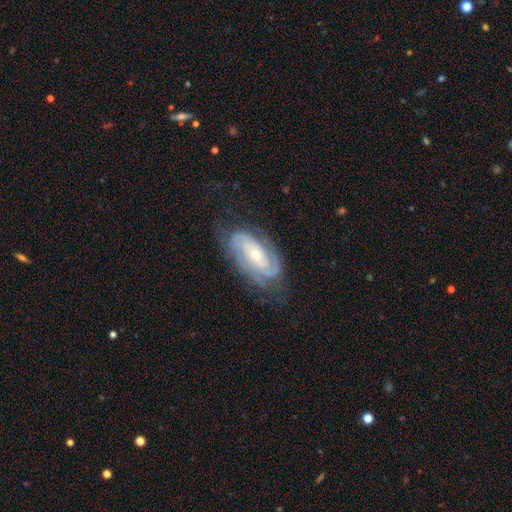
This appears to be a featured or disk galaxy (68%) with a weak bar (50%), 2 (50%) medium (68%) spiral arms (100%) and a moderate central bulge (59%). Merging: none (66%).